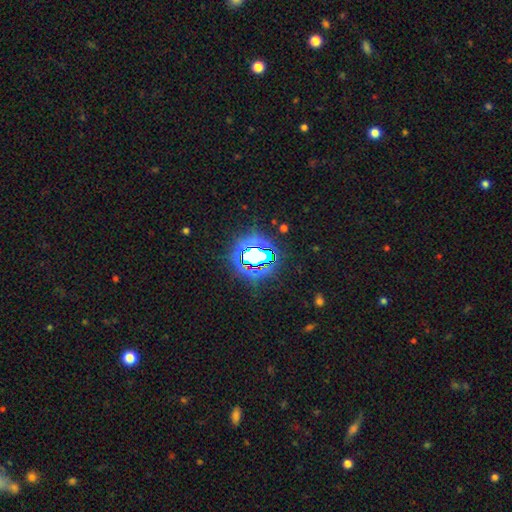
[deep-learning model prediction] Overall: star or artifact (72%).